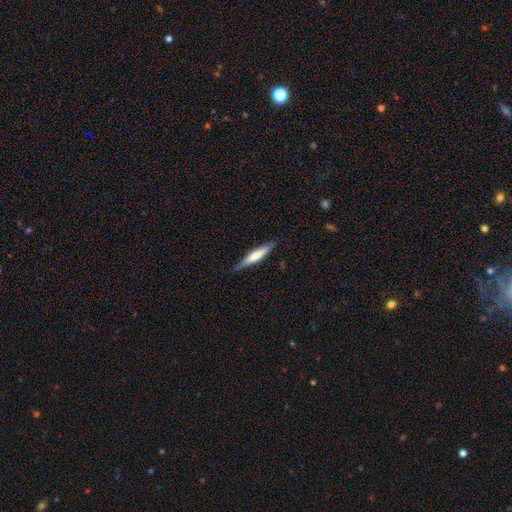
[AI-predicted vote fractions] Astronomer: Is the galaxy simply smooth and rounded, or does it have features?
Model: smooth — 55% (runner-up: featured or disk, 40%).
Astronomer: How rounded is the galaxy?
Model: cigar-shaped — 89%.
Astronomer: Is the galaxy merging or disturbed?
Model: none — 85%.